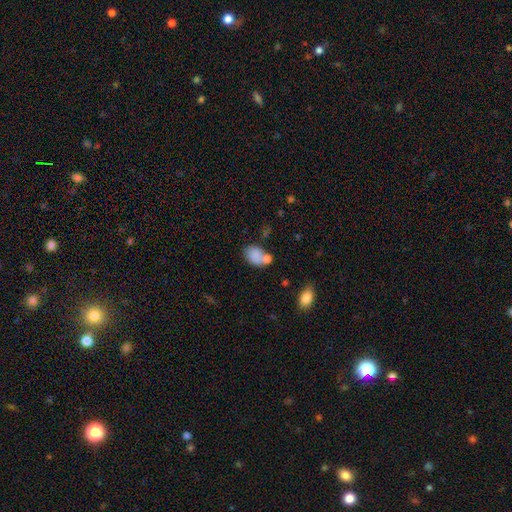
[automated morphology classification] A smooth galaxy with no disk features (81%) that is in between round and cigar-shaped (76%).

Vote fractions:
- Smooth or featured? smooth: 81% / featured or disk: 10% / star or artifact: 9%
- How rounded? in between: 76% / round: 23% / cigar-shaped: 1%
- Merging? none: 41% / merger: 33% / minor disturbance: 18% / major disturbance: 8%